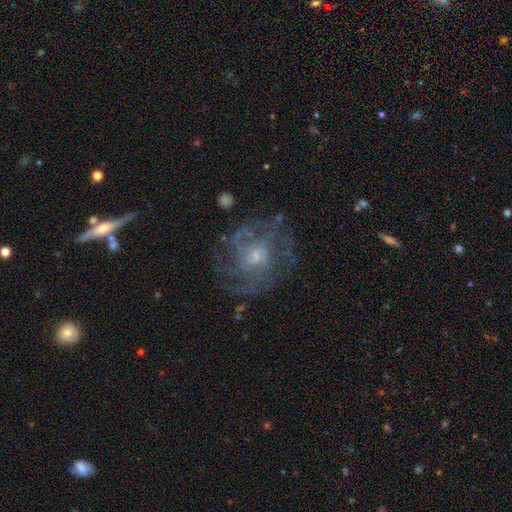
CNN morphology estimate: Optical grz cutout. It shows a featured or disk galaxy (77%) with no bar (69%), tight (44%) spiral arms (85%) and a small central bulge (57%). Merging: none (70%).